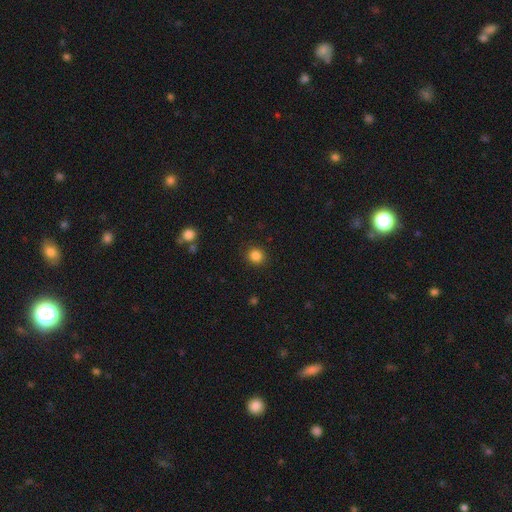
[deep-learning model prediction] Smooth or featured? smooth (85%)
How rounded? round (84%)
Merging? none (90%)